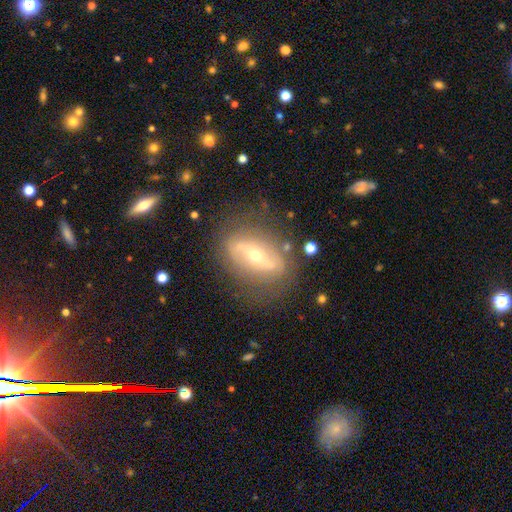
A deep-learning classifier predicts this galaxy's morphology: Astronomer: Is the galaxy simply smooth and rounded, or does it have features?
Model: featured or disk — 76%.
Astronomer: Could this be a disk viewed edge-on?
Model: no — 82%.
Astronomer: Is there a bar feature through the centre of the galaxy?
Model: strong — 55%.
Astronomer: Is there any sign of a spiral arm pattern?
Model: yes — 58% (runner-up: no, 42%).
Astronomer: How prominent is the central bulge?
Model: small — 57% (runner-up: moderate, 39%).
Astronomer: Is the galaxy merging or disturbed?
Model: none — 73%.